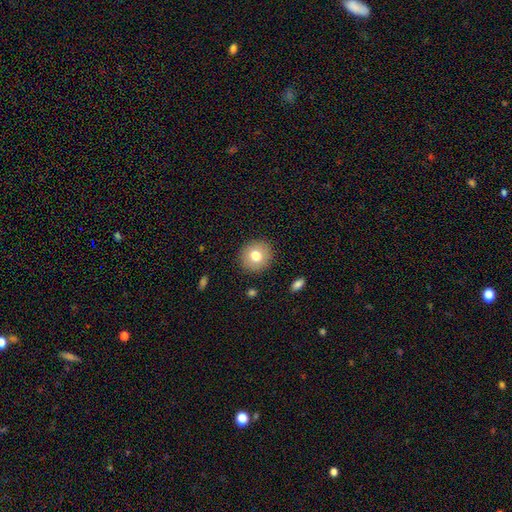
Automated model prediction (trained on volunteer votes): Smooth or featured: smooth — 76% (featured or disk — 15%)
How rounded: round — 91% (in between — 8%)
Merging: none — 90% (minor disturbance — 7%)